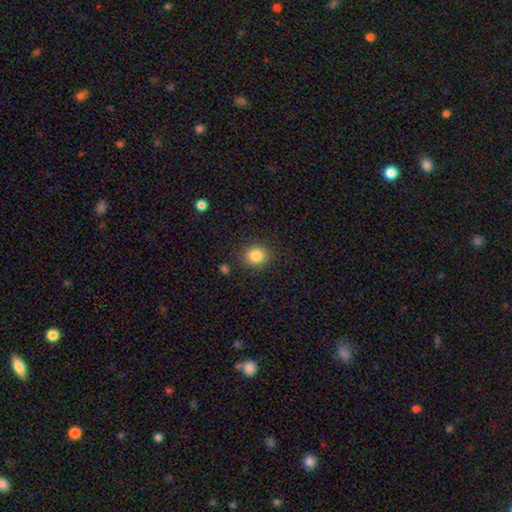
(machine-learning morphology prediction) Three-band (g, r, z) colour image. It shows a smooth galaxy with no disk features (85%) that is round (77%). Merging: none (87%).